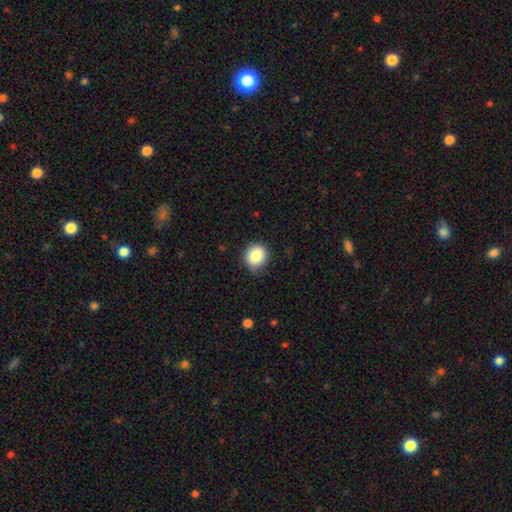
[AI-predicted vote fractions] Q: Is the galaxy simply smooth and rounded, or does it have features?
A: smooth — 85%.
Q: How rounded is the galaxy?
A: round — 80%.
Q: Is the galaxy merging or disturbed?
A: none — 82%.